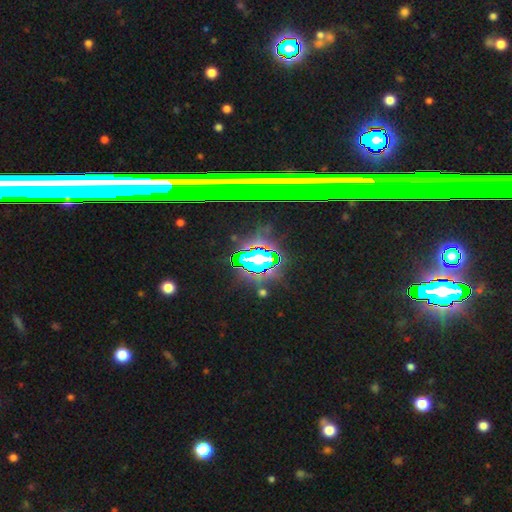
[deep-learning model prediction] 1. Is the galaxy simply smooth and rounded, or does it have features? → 68% star or artifact, 18% smooth, 14% featured or disk.